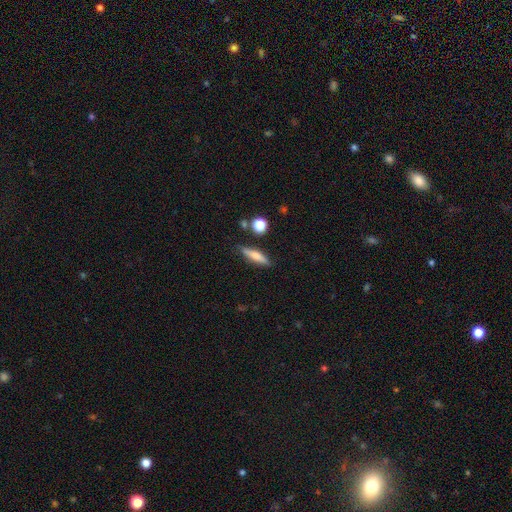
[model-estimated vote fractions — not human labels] smooth-or-featured: smooth: 63% | featured or disk: 29% | star or artifact: 7%
  how-rounded: cigar-shaped: 73% | in between: 24% | round: 3%
  merging: none: 81% | minor disturbance: 12% | merger: 4% | major disturbance: 3%